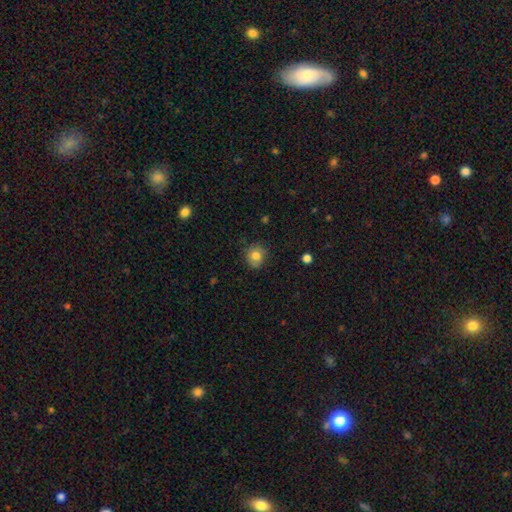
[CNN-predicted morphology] A smooth galaxy with no disk features (80%) that is round (84%). Merging: none (80%).